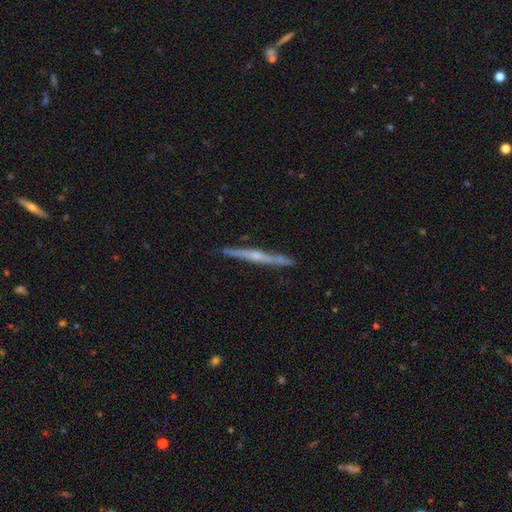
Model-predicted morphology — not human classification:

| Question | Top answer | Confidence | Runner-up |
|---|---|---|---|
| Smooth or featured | featured or disk | 74% | smooth (21%) |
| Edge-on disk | yes | 97% | no (3%) |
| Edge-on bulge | rounded | 61% | none (31%) |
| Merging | none | 87% | minor disturbance (10%) |